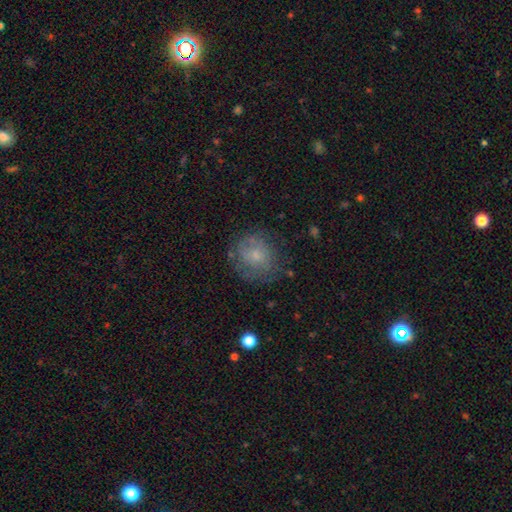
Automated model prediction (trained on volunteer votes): smooth 62%, featured or disk 28%, star or artifact 10%. Down the decision tree: how rounded — round (82%); merging — none (64%).